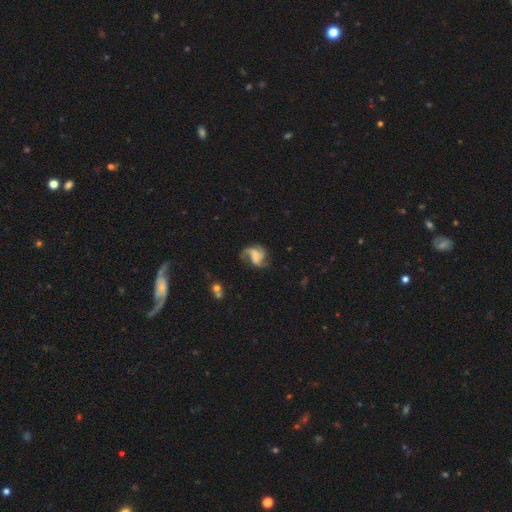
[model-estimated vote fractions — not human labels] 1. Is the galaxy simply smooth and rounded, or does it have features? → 77% featured or disk, 15% smooth, 8% star or artifact.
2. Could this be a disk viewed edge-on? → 98% no, 2% yes.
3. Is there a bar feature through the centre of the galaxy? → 41% weak (tied), 41% no (tied), 18% strong.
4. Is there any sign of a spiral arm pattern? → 94% yes, 6% no.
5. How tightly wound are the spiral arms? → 43% medium (tied), 43% loose (tied), 14% tight.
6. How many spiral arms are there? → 42% 2, 36% 3, 9% can't tell, 5% 1, 5% 4, 3% more than 4.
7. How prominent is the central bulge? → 37% none, 26% small, 23% moderate, 11% large, 2% dominant.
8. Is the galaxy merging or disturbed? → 58% none, 20% minor disturbance, 19% major disturbance, 3% merger.